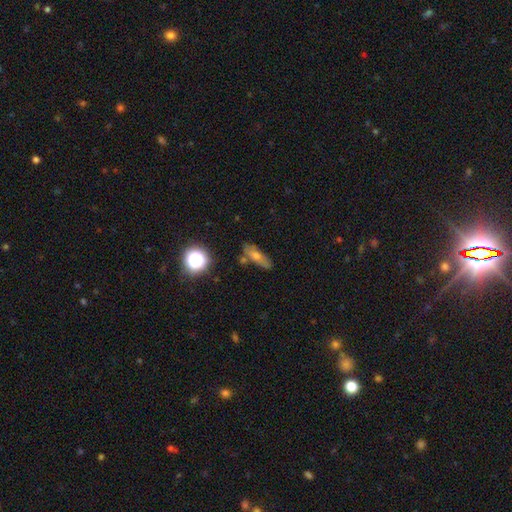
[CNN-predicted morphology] A smooth galaxy with no disk features (52%) that is in between round and cigar-shaped (50%). Merging: none (68%).